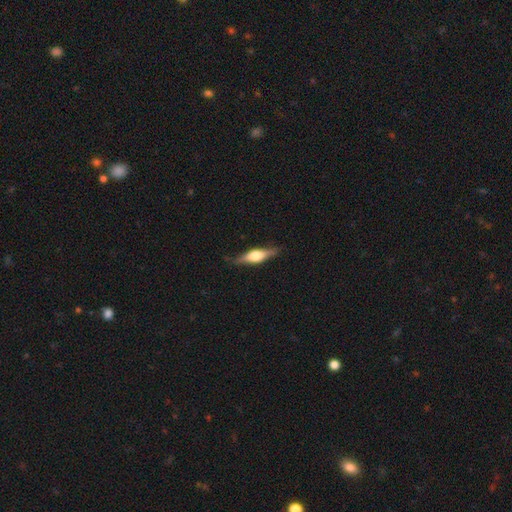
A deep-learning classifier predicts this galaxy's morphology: Smooth or featured? Predicted: featured or disk (p=0.62). Edge-on disk? Predicted: yes (p=0.95). Edge-on bulge? Predicted: rounded (p=0.87). Merging? Predicted: none (p=0.83).